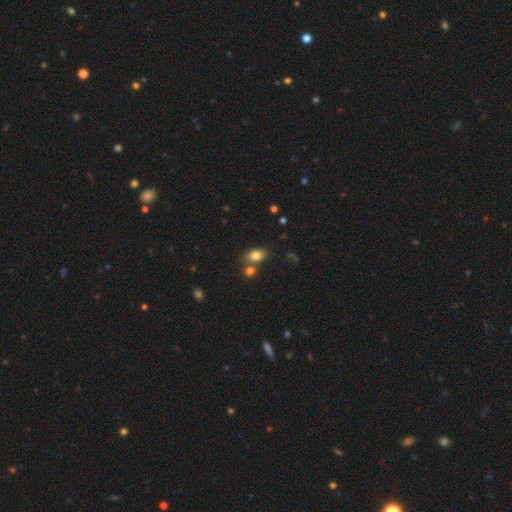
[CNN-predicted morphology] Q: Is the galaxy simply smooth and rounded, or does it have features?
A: smooth — 80%.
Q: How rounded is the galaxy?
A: in between — 81%.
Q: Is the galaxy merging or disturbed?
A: none — 64%.